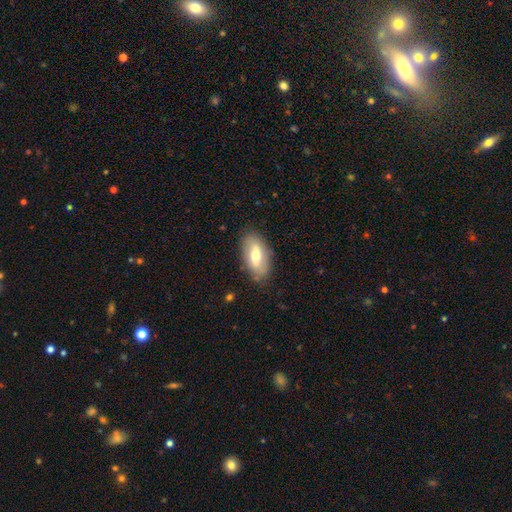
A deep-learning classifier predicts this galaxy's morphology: A smooth galaxy with no disk features (53%) that is in between round and cigar-shaped (91%). Merging: none (82%).